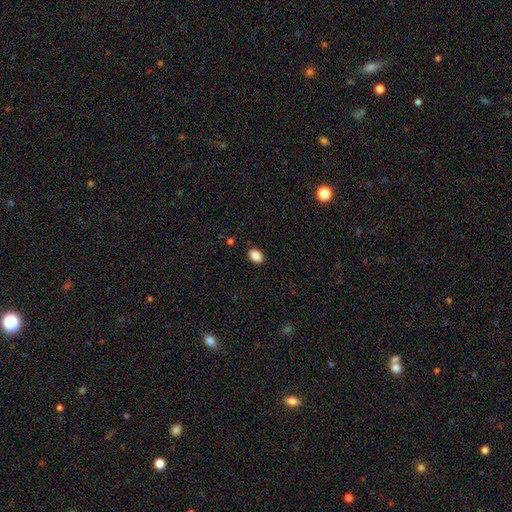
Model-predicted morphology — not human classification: This appears to be a smooth galaxy with no disk features (89%) that is in between round and cigar-shaped (84%). Merging: none (89%).